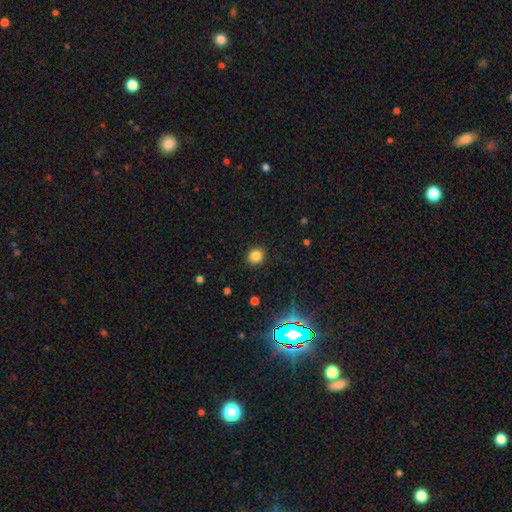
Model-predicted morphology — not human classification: smooth 82%, star or artifact 14%, featured or disk 4%. Down the decision tree: how rounded — round (81%); merging — none (91%).